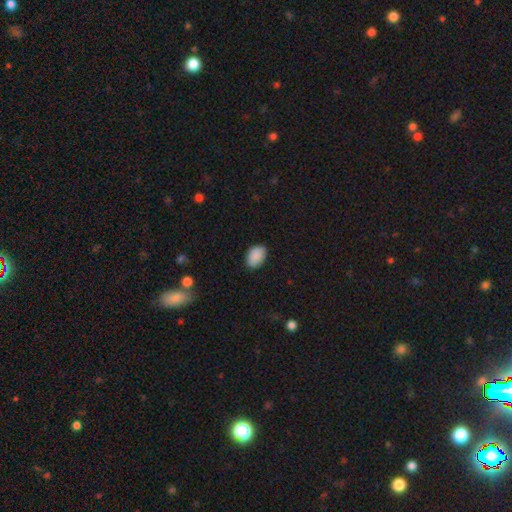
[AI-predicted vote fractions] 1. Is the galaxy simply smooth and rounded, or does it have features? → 89% smooth, 7% star or artifact, 4% featured or disk.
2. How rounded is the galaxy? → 85% in between, 13% round, 1% cigar-shaped.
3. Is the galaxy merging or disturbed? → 84% none, 13% minor disturbance, 2% major disturbance, 1% merger.